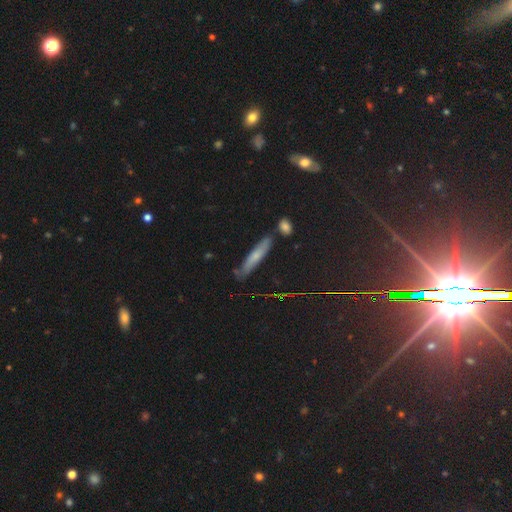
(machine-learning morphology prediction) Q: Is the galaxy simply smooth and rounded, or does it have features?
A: smooth — 52%.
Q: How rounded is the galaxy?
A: cigar-shaped — 88%.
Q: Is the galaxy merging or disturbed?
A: none — 76%.